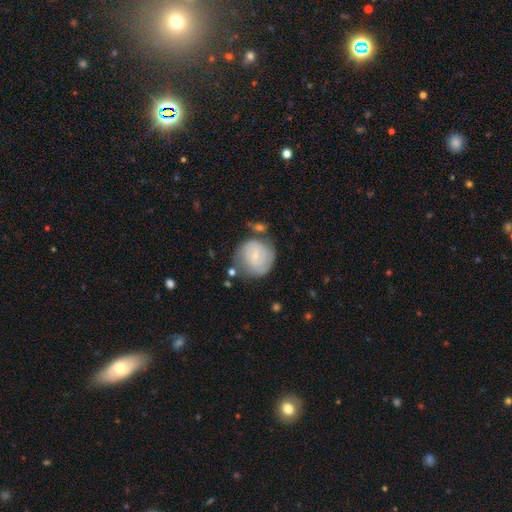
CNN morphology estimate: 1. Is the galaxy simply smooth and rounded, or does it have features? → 54% featured or disk, 39% smooth, 7% star or artifact.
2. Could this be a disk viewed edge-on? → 98% no, 2% yes.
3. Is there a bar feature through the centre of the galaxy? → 59% no, 35% weak, 6% strong.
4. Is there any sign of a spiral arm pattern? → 82% yes, 18% no.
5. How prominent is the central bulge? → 76% small, 17% moderate, 4% none, 1% large, 1% dominant.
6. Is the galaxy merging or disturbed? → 64% none, 21% minor disturbance, 8% major disturbance, 7% merger.